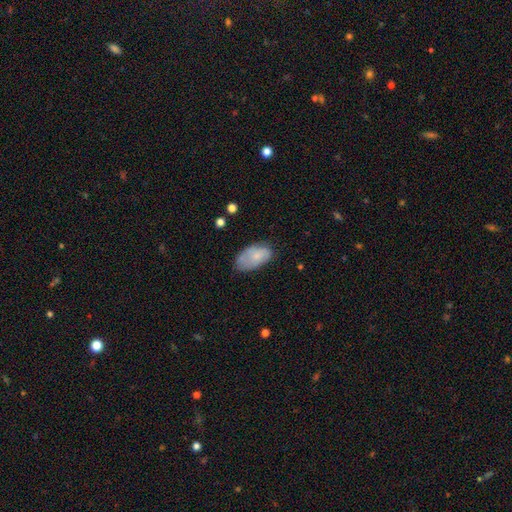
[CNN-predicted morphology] Smooth or featured?
  - smooth: 73% *
  - featured or disk: 21%
  - star or artifact: 7%
How rounded?
  - in between: 94% *
  - round: 4%
  - cigar-shaped: 2%
Merging?
  - none: 56% *
  - minor disturbance: 32%
  - major disturbance: 9%
  - merger: 2%